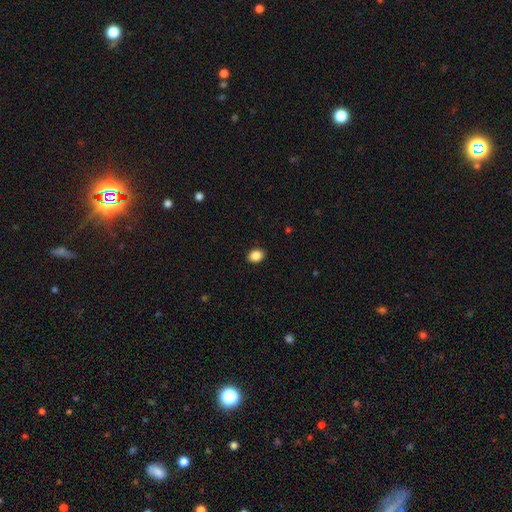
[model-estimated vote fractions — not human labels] Smooth or featured? smooth (88%)
How rounded? in between (64%)
Merging? none (91%)